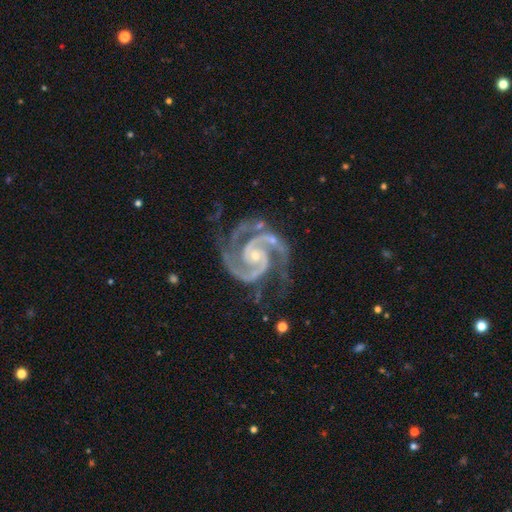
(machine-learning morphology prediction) Q: Smooth or featured?
A: featured or disk (95%); runner-up: star or artifact (4%)
Q: Edge-on disk?
A: no (98%); runner-up: yes (2%)
Q: Bar?
A: no (62%); runner-up: weak (25%)
Q: Spiral arms?
A: yes (99%); runner-up: no (1%)
Q: Spiral winding?
A: medium (50%); runner-up: tight (46%)
Q: Spiral arm count?
A: 2 (86%); runner-up: 3 (9%)
Q: Bulge size?
A: small (72%); runner-up: moderate (24%)
Q: Merging?
A: none (68%); runner-up: minor disturbance (20%)